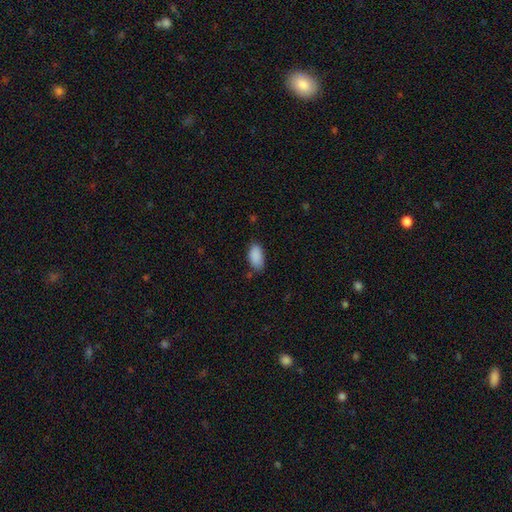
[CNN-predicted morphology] smooth_or_featured: smooth (p=0.89) [alt: star or artifact p=0.07]
how_rounded: in between (p=0.94) [alt: round p=0.03]
merging: none (p=0.73) [alt: minor disturbance p=0.21]